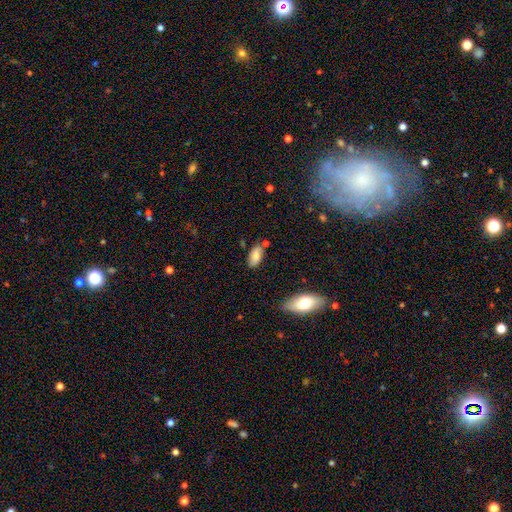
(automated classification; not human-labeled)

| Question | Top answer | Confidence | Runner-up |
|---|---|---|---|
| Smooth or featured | smooth | 78% | featured or disk (14%) |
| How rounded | in between | 90% | cigar-shaped (8%) |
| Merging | none | 69% | minor disturbance (20%) |